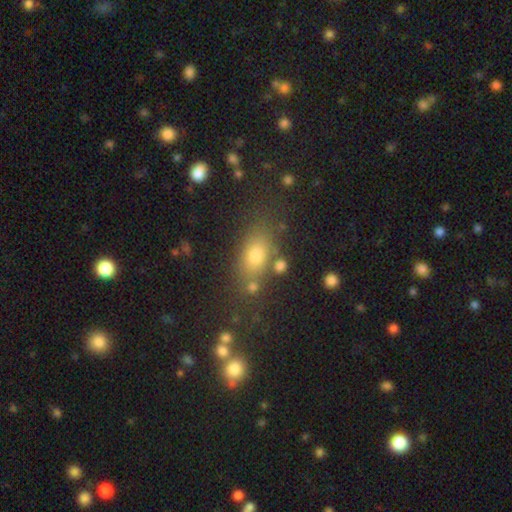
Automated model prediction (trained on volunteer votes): Smooth or featured: smooth — 76% (star or artifact — 13%)
How rounded: in between — 78% (round — 15%)
Merging: none — 70% (minor disturbance — 15%)